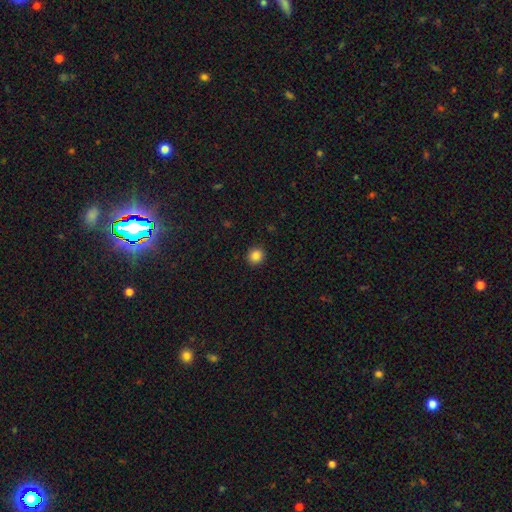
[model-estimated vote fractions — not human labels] Overall: smooth (86%). How rounded: round (92%). Merging: none (93%).